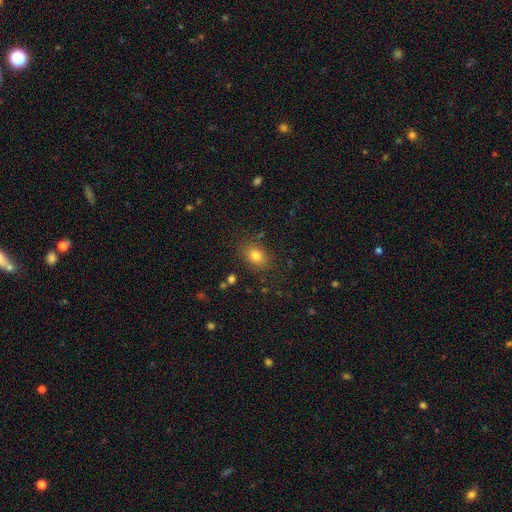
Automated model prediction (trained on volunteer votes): Smooth or featured?
  - smooth: 81% *
  - star or artifact: 11%
  - featured or disk: 8%
How rounded?
  - in between: 72% *
  - round: 27%
  - cigar-shaped: 1%
Merging?
  - none: 82% *
  - minor disturbance: 12%
  - major disturbance: 4%
  - merger: 2%